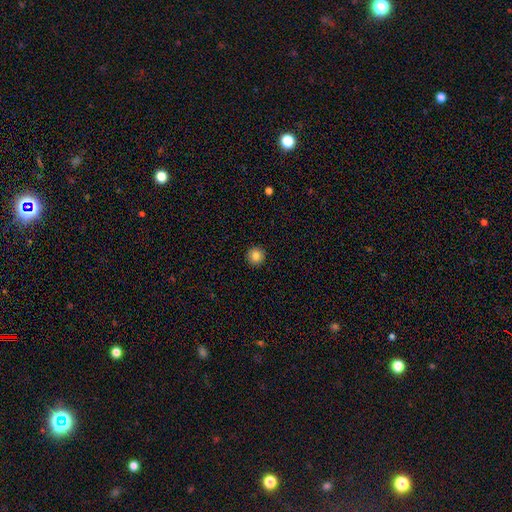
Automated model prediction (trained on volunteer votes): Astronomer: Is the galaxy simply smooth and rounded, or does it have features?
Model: smooth — 84%.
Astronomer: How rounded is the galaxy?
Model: round — 95%.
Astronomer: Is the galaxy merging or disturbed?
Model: none — 93%.